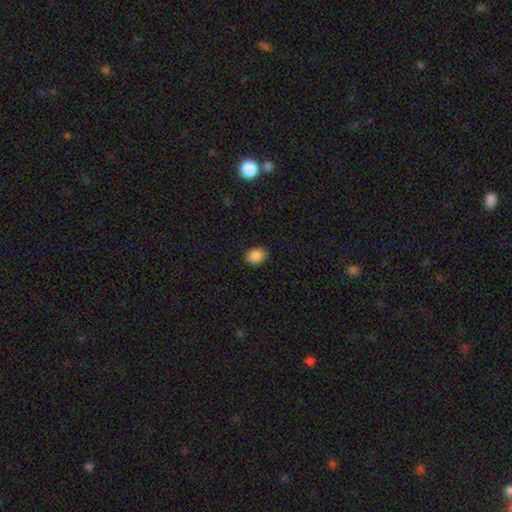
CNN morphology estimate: smooth-or-featured: smooth: 87% | star or artifact: 9% | featured or disk: 4%
  how-rounded: in between: 62% | round: 37% | cigar-shaped: 1%
  merging: none: 84% | minor disturbance: 13% | major disturbance: 2% | merger: 1%